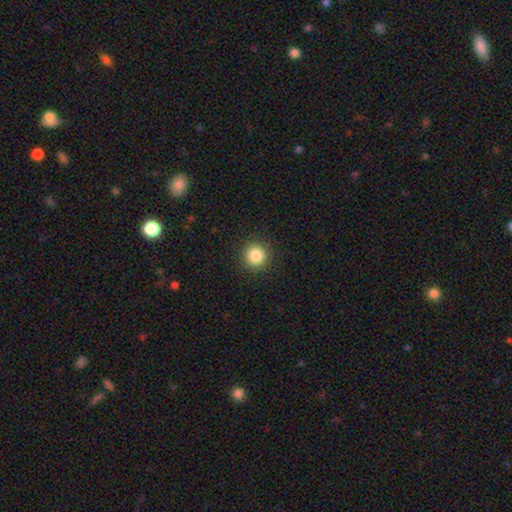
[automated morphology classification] smooth_or_featured: smooth (p=0.85) [alt: star or artifact p=0.11]
how_rounded: round (p=0.95) [alt: in between p=0.04]
merging: none (p=0.92) [alt: minor disturbance p=0.05]